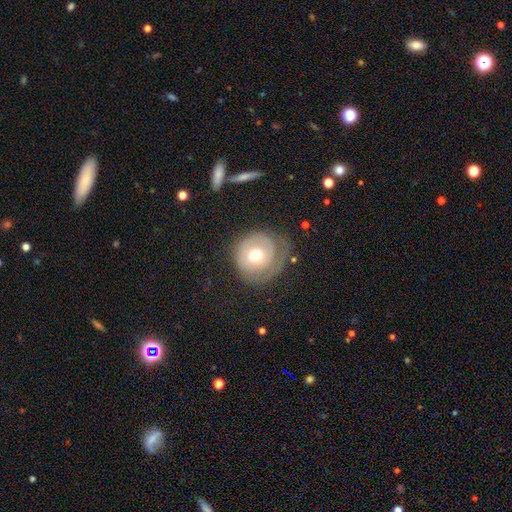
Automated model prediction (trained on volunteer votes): This appears to be a featured or disk galaxy (50%). Merging: none (56%).